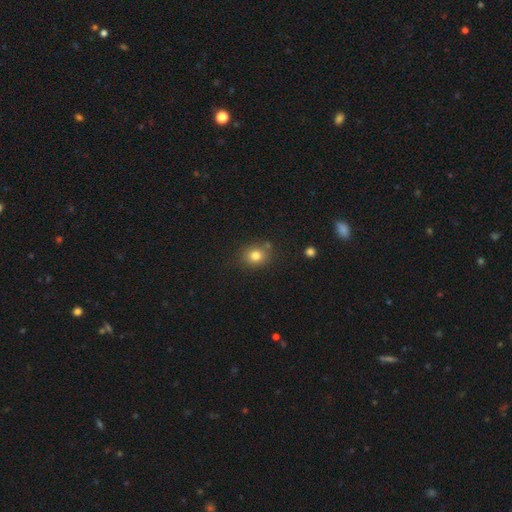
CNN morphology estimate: Overall: smooth (80%). How rounded: round (69%; in between 30%). Merging: none (77%).